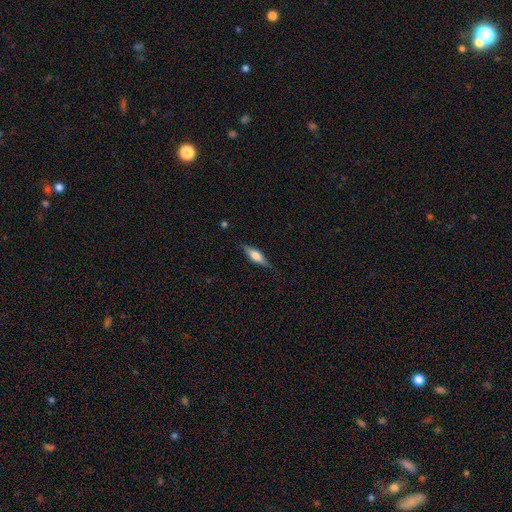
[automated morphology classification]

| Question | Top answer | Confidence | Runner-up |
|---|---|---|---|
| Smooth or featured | smooth | 48% | featured or disk (45%) |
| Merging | none | 83% | minor disturbance (13%) |